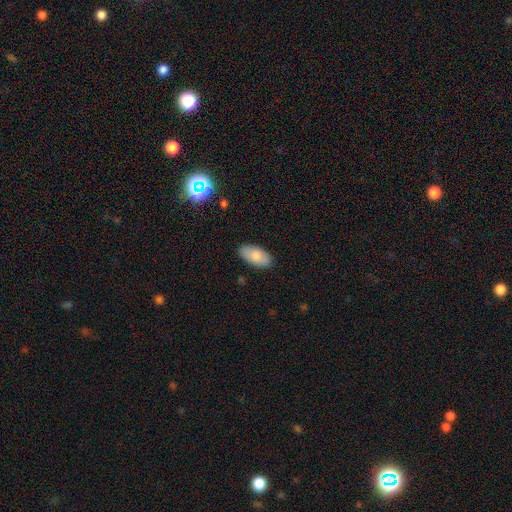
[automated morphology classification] smooth-or-featured: smooth: 76% | featured or disk: 18% | star or artifact: 6%
  how-rounded: in between: 94% | cigar-shaped: 4% | round: 3%
  merging: none: 86% | minor disturbance: 11% | major disturbance: 2% | merger: 1%